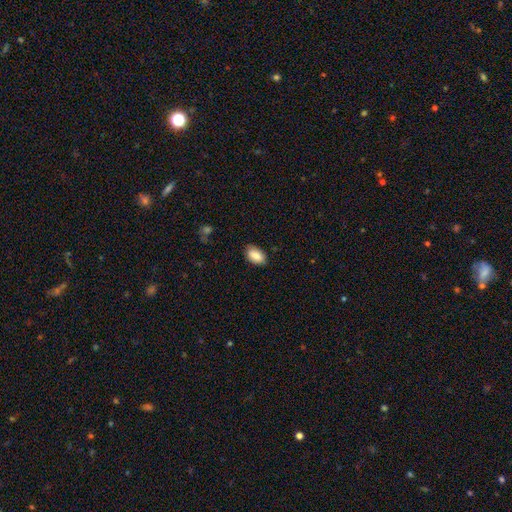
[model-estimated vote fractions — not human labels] Smooth or featured? smooth (86%)
How rounded? in between (93%)
Merging? none (83%)